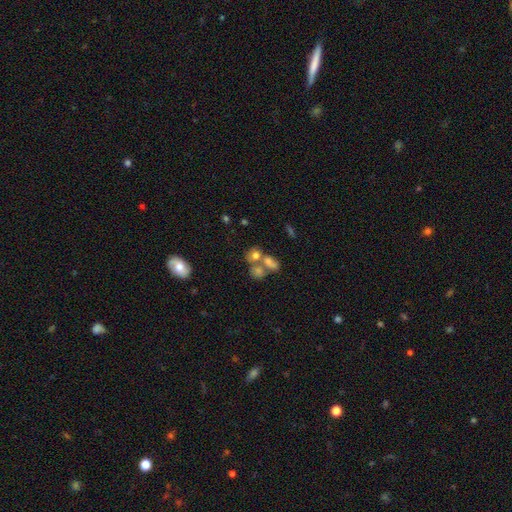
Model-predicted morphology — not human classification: Overall: smooth (68%). How rounded: round (58%; in between 40%). Merging: merger (48%; none 35%).